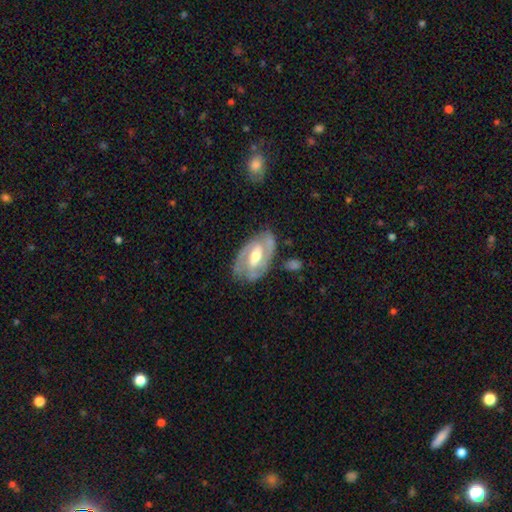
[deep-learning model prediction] Overall: featured or disk (84%). Edge-on disk: no (96%). Bar: weak (46%; strong 32%). Spiral arms: yes (91%). Spiral arm count: 2 (79%). Spiral winding: tight (46%; medium 43%). Bulge size: moderate (70%). Merging: none (76%).